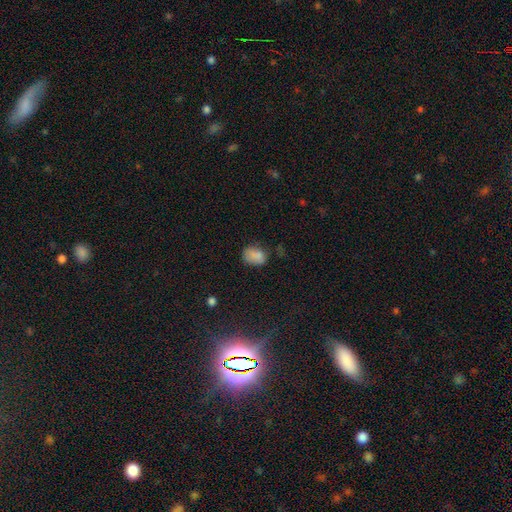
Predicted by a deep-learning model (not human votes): Morphology: type=smooth (80%); roundness=in between (70%); merging=none (56%).